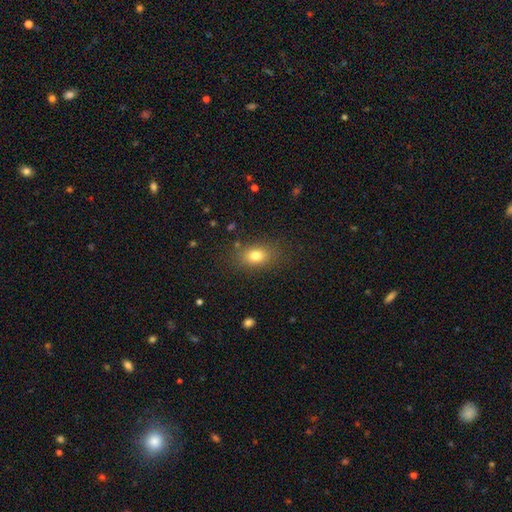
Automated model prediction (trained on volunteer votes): A smooth galaxy with no disk features (78%) that is in between round and cigar-shaped (73%). Merging: none (82%).